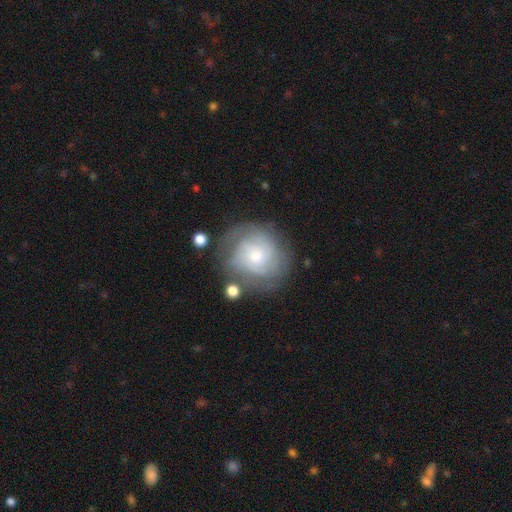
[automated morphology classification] This is likely a featured or disk galaxy (63%). It is clearly not viewed edge-on (97%). Bar: likely no (78%). Spiral arm pattern: clearly yes (83%). Spiral arm count: possibly can't tell (46%). Spiral winding: likely tight (60%). Central bulge: likely small (63%). Merging: likely none (69%).